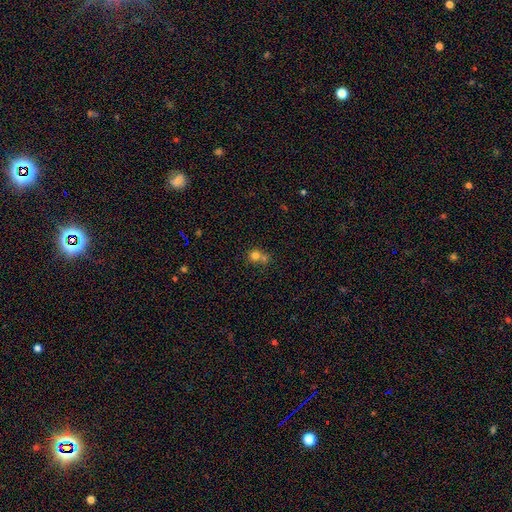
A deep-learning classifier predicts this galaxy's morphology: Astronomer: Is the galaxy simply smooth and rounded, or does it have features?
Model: smooth — 75%.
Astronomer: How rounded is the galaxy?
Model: round — 84%.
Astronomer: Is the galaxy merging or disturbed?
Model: merger — 50% (runner-up: none, 39%).